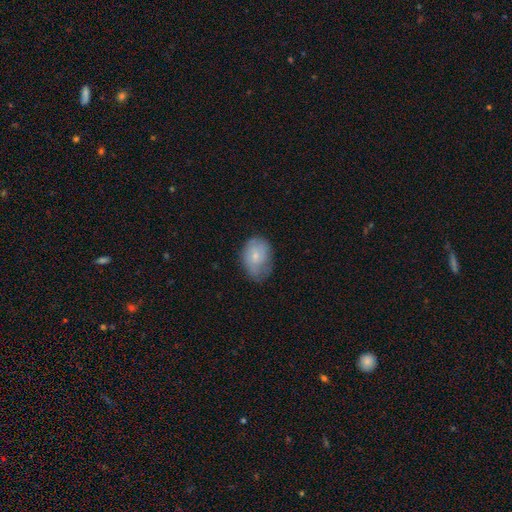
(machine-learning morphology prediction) A smooth galaxy with no disk features (68%) that is in between round and cigar-shaped (73%). Merging: none (57%).